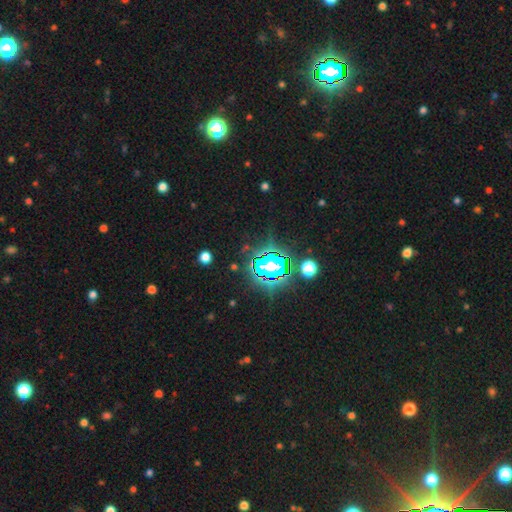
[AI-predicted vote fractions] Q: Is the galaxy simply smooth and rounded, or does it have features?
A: star or artifact — 83%.